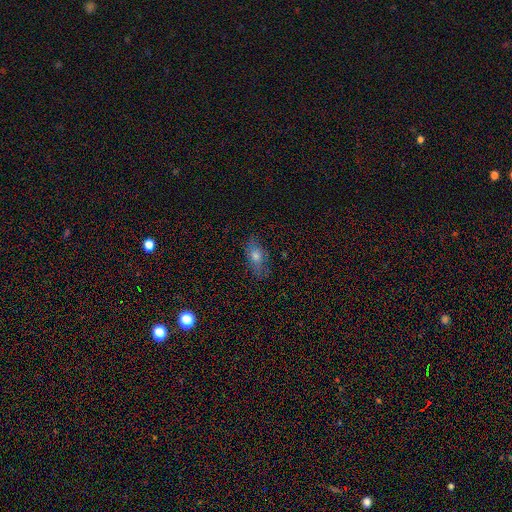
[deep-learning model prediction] Q: Smooth or featured?
A: smooth (59%); runner-up: featured or disk (24%)
Q: How rounded?
A: in between (77%); runner-up: round (12%)
Q: Merging?
A: none (76%); runner-up: minor disturbance (18%)